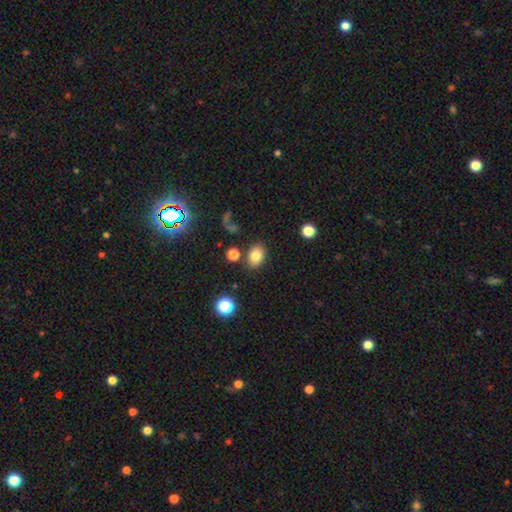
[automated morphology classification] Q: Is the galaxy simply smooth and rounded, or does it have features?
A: smooth — 80%.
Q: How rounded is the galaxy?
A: in between — 74%.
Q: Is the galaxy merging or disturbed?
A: none — 82%.